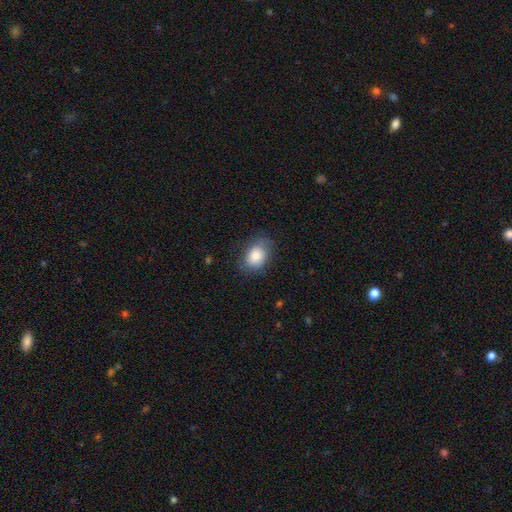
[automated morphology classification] Overall: smooth (81%). How rounded: in between (73%). Merging: none (70%).